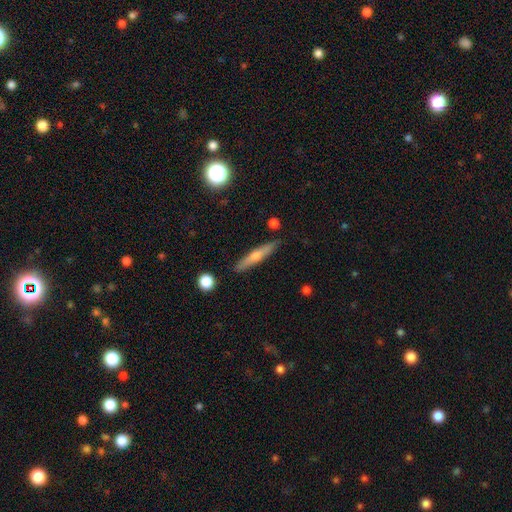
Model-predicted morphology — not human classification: This is possibly a featured or disk galaxy (47%). Merging: clearly none (88%).